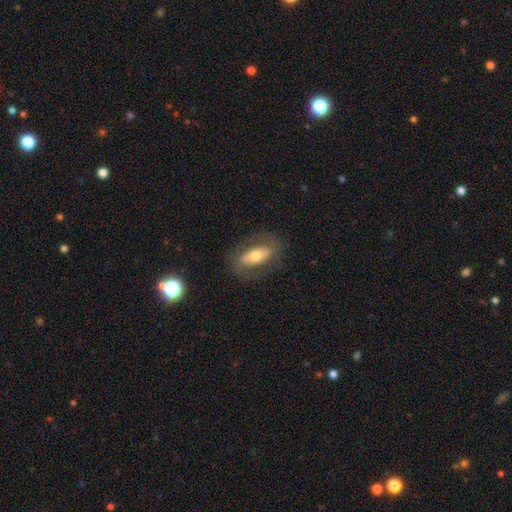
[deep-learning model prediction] smooth-or-featured: featured or disk: 54% | smooth: 40% | star or artifact: 7%
  disk-edge-on: no: 85% | yes: 15%
  merging: none: 77% | minor disturbance: 14% | major disturbance: 8% | merger: 1%